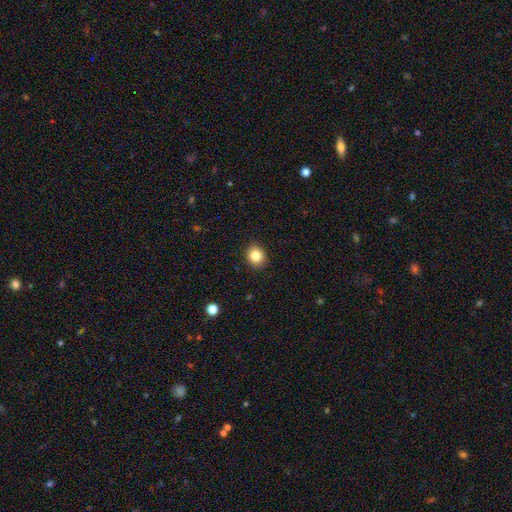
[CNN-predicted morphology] Smooth or featured?
  - smooth: 84% *
  - star or artifact: 10%
  - featured or disk: 6%
How rounded?
  - round: 71% *
  - in between: 28%
  - cigar-shaped: 1%
Merging?
  - none: 90% *
  - minor disturbance: 7%
  - major disturbance: 2%
  - merger: 1%